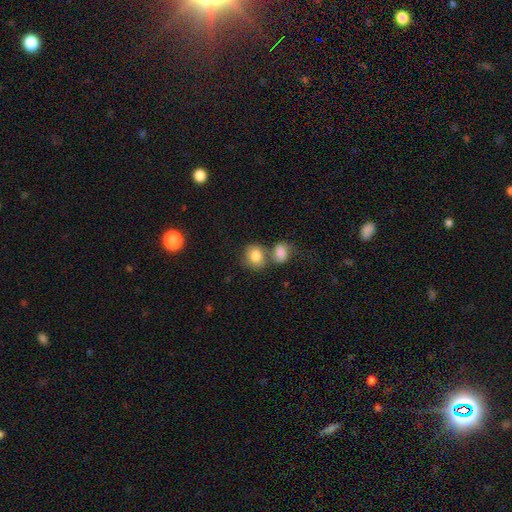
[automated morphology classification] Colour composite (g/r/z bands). It shows a smooth galaxy with no disk features (83%) that is round (62%). Merging: merger (44%).